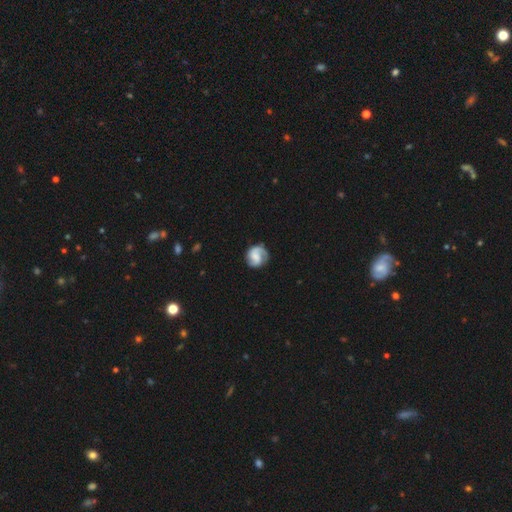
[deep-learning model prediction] The model was most divided on "bar": no: 44%, weak: 43%, strong: 13%. Remaining: edge-on disk — no (98%); spiral arms — yes (94%); merging — none (72%); smooth or featured — featured or disk (69%); spiral arm count — 2 (68%); spiral winding — medium (43%); bulge size — none (32%).